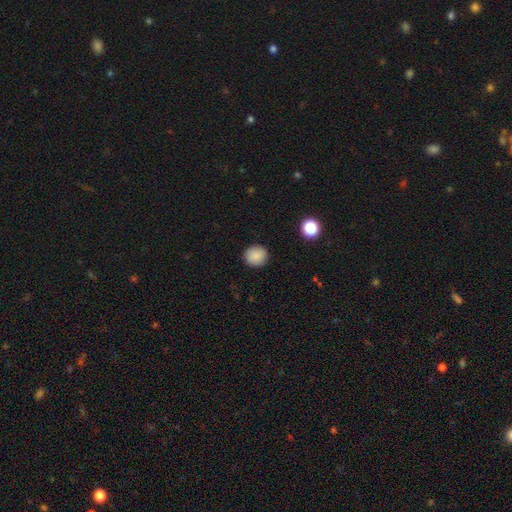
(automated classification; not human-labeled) A smooth galaxy with no disk features (87%) that is round (89%).

Vote fractions:
- Smooth or featured? smooth: 87% / star or artifact: 9% / featured or disk: 4%
- How rounded? round: 89% / in between: 10% / cigar-shaped: 1%
- Merging? none: 91% / minor disturbance: 6% / major disturbance: 2% / merger: 1%